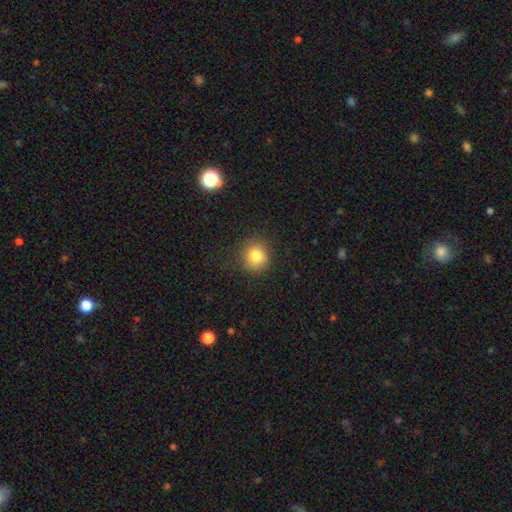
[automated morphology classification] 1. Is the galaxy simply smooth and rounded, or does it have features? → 81% smooth, 12% star or artifact, 7% featured or disk.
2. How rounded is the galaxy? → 87% round, 12% in between, 1% cigar-shaped.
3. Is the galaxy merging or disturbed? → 85% none, 10% minor disturbance, 3% major disturbance, 1% merger.